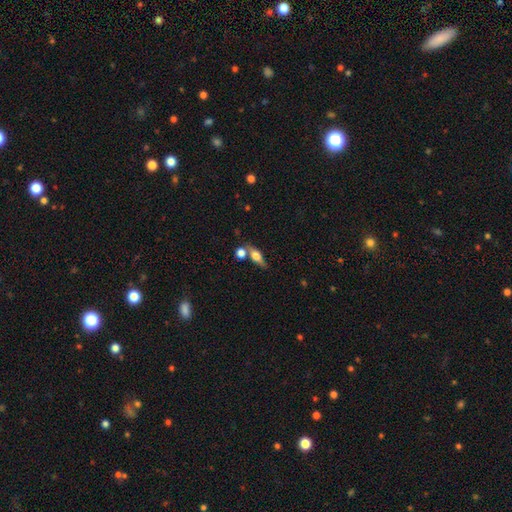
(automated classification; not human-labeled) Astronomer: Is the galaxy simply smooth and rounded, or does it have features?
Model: smooth — 52% (runner-up: featured or disk, 38%).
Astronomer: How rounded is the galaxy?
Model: in between — 56% (runner-up: cigar-shaped, 33%).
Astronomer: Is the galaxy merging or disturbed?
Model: none — 60%.